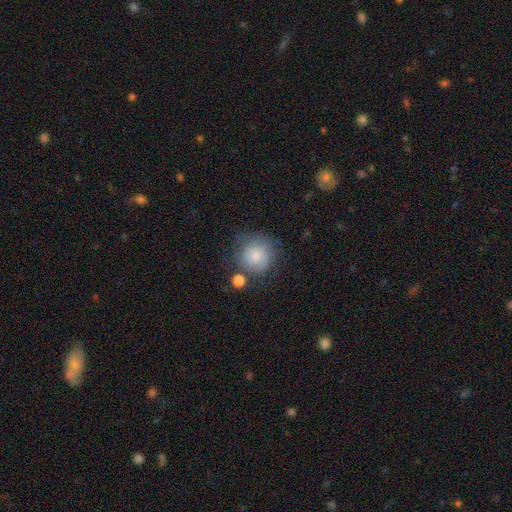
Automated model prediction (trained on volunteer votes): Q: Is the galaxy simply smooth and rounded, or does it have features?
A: smooth — 58%.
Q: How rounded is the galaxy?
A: round — 90%.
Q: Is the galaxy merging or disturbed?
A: none — 66%.